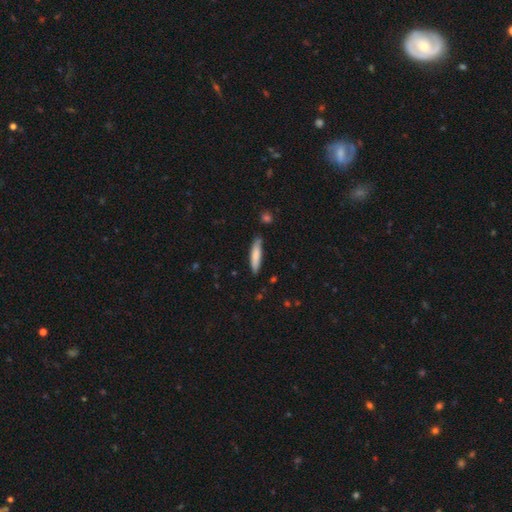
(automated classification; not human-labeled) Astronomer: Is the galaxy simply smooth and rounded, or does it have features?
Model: smooth — 78%.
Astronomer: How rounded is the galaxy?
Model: cigar-shaped — 84%.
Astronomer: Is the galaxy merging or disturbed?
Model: none — 81%.